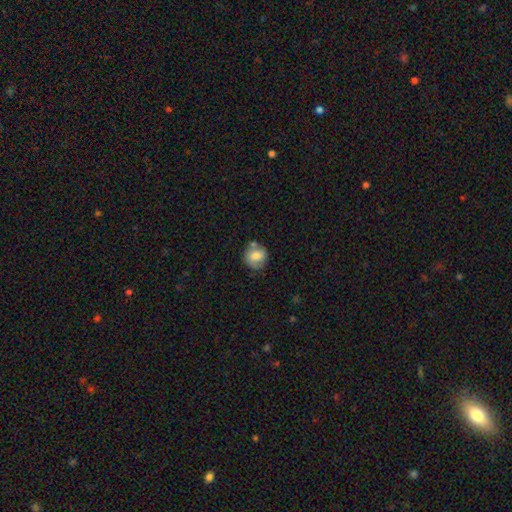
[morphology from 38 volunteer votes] smooth-or-featured: smooth: 76% | featured or disk: 16% | star or artifact: 8%
  how-rounded: round: 86% | in between: 14% | cigar-shaped: 0%
  merging: none: 54% | minor disturbance: 20% | merger: 20% | major disturbance: 6%